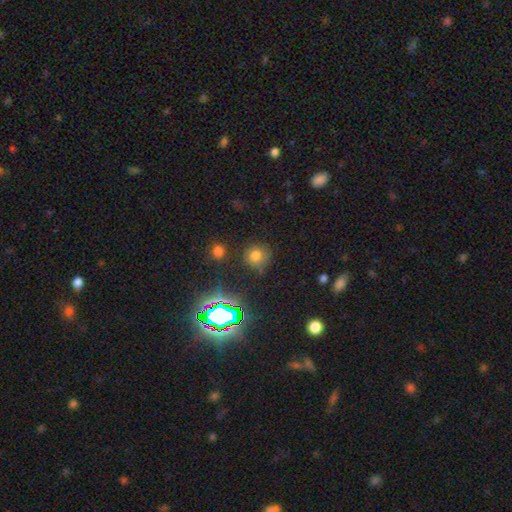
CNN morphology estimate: A smooth galaxy with no disk features (68%) that is round (89%).

Vote fractions:
- Smooth or featured? smooth: 68% / star or artifact: 24% / featured or disk: 8%
- How rounded? round: 89% / in between: 10% / cigar-shaped: 1%
- Merging? none: 75% / minor disturbance: 15% / major disturbance: 6% / merger: 5%